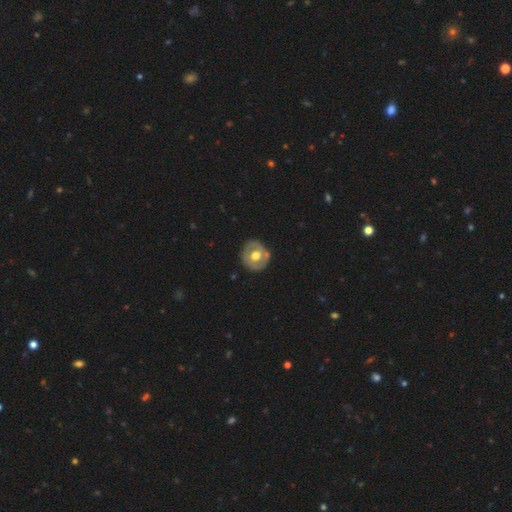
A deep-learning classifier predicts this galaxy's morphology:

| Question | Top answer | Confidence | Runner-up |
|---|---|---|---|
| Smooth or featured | featured or disk | 53% | smooth (42%) |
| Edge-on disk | no | 95% | yes (5%) |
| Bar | no | 78% | weak (17%) |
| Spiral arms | no | 80% | yes (20%) |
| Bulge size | moderate | 70% | large (24%) |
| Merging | none | 80% | minor disturbance (13%) |